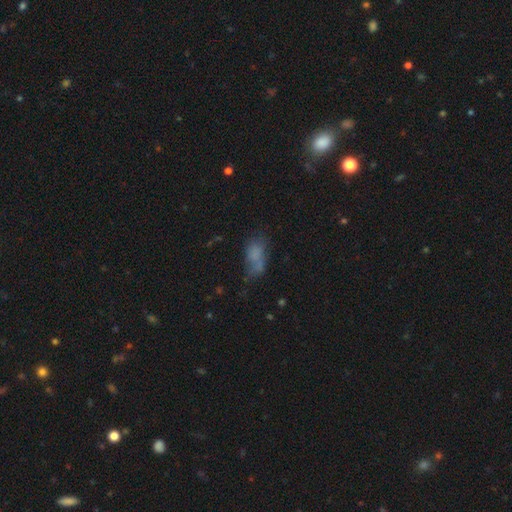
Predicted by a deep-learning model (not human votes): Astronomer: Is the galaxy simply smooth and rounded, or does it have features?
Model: smooth — 66%.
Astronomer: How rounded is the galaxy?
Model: in between — 83%.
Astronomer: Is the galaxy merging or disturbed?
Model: none — 34% (runner-up: minor disturbance, 25%).